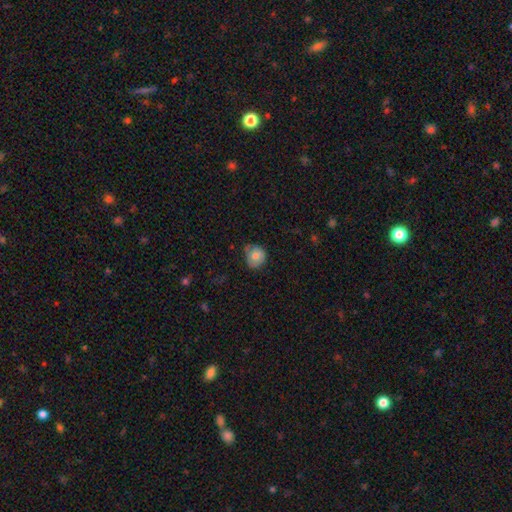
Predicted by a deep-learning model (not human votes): Smooth or featured: smooth — 71% (featured or disk — 21%)
How rounded: round — 78% (in between — 21%)
Merging: none — 53% (minor disturbance — 36%)